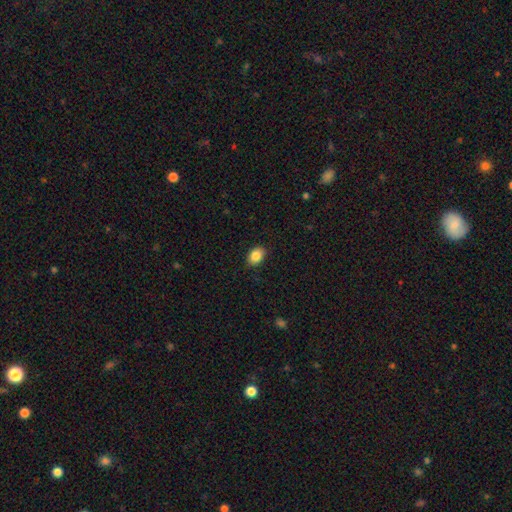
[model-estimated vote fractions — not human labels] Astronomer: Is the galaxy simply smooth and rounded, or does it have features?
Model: smooth — 86%.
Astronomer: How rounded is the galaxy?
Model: in between — 76%.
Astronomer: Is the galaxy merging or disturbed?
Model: none — 87%.